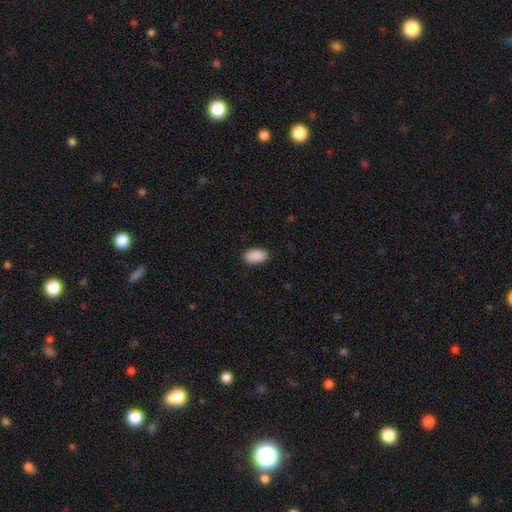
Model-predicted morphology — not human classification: This appears to be a smooth galaxy with no disk features (91%) that is in between round and cigar-shaped (95%). Merging: none (89%).